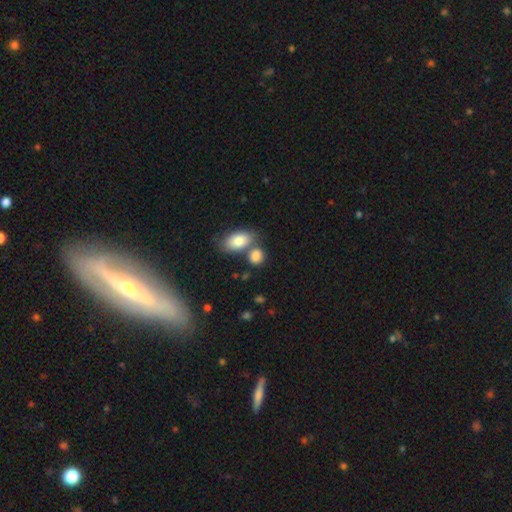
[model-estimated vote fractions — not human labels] smooth_or_featured: smooth (p=0.85) [alt: star or artifact p=0.08]
how_rounded: in between (p=0.62) [alt: round p=0.36]
merging: none (p=0.48) [alt: merger p=0.36]